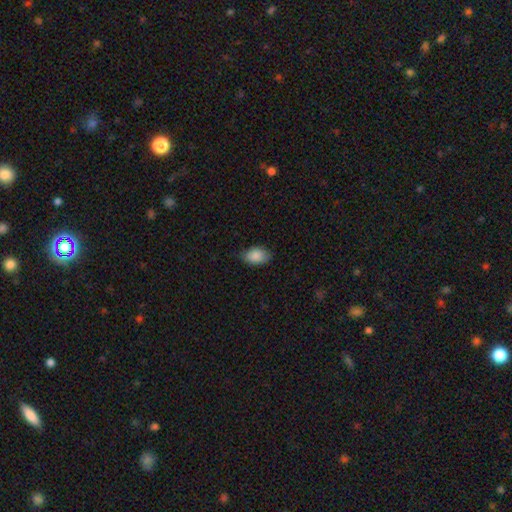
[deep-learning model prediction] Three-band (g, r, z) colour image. It shows a smooth galaxy with no disk features (88%) that is in between round and cigar-shaped (88%). Merging: none (75%).